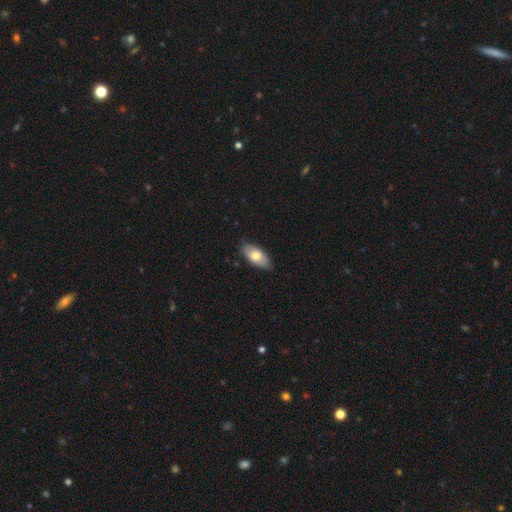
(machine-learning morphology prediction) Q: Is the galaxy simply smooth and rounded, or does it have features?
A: smooth — 73%.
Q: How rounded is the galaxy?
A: in between — 91%.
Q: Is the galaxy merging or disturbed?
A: none — 86%.